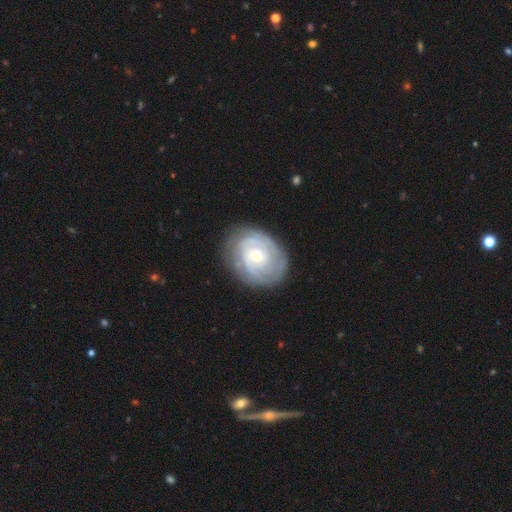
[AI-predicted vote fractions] A featured or disk galaxy (79%) with no bar (76%), tight (76%) spiral arms (89%) and a small central bulge (60%).

Vote fractions:
- Smooth or featured? featured or disk: 79% / smooth: 16% / star or artifact: 5%
- Edge-on disk? no: 97% / yes: 3%
- Bar? no: 76% / weak: 20% / strong: 4%
- Spiral arms? yes: 89% / no: 11%
- Spiral winding? tight: 76% / medium: 19% / loose: 5%
- Spiral arm count? can't tell: 43% / 2: 22% / 3: 15% / 4: 9% / 1: 6% / more than 4: 5%
- Bulge size? small: 60% / moderate: 36% / large: 2% / none: 1% / dominant: 1%
- Merging? none: 78% / minor disturbance: 16% / major disturbance: 5% / merger: 1%